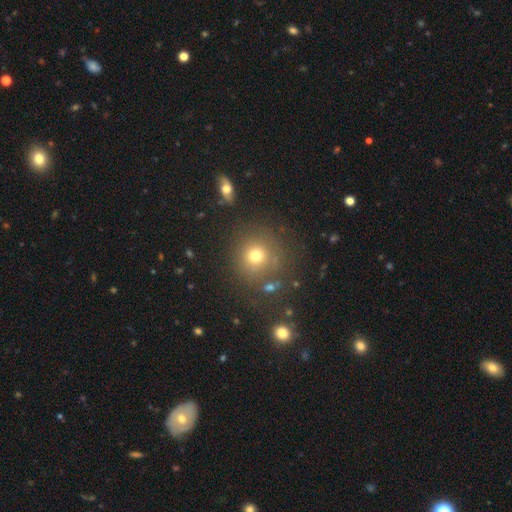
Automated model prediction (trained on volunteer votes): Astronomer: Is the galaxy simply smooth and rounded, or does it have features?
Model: smooth — 72%.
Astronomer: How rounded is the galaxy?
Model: round — 90%.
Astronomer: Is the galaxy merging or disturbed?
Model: none — 78%.